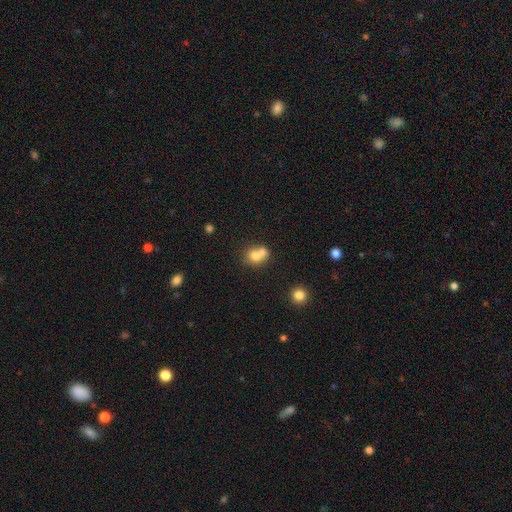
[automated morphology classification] smooth-or-featured: smooth: 72% | featured or disk: 17% | star or artifact: 11%
  how-rounded: round: 66% | in between: 33% | cigar-shaped: 1%
  merging: merger: 58% | none: 31% | minor disturbance: 8% | major disturbance: 3%